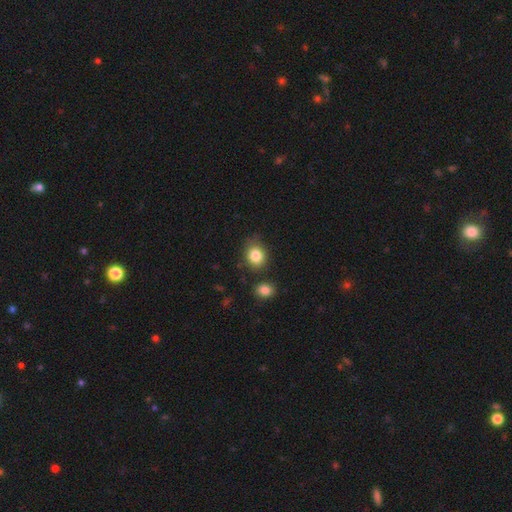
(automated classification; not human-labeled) This is clearly a smooth galaxy (84%). How rounded: likely round (61%). Merging: likely none (74%).